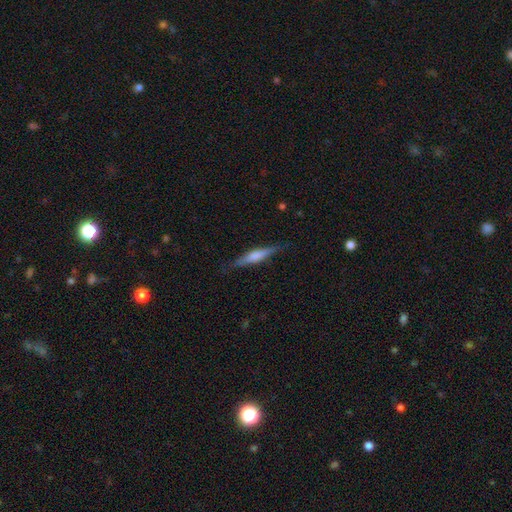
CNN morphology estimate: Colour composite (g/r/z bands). It shows a featured or disk galaxy (47%, tied with smooth). Merging: none (84%).